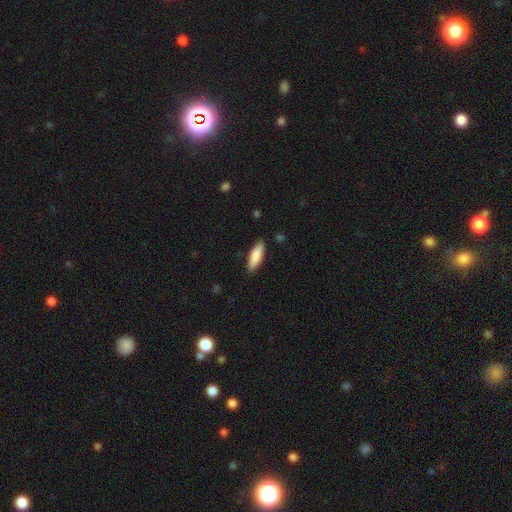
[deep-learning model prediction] Smooth or featured? Predicted: smooth (p=0.86). How rounded? Predicted: in between (p=0.52). Merging? Predicted: none (p=0.87).